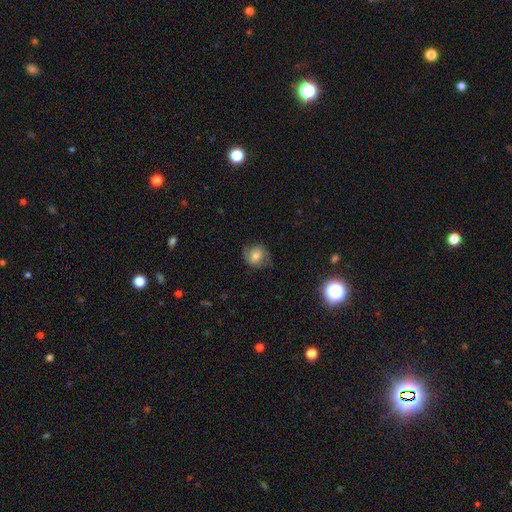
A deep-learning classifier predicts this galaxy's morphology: Smooth or featured?
  - smooth: 67% *
  - featured or disk: 23%
  - star or artifact: 10%
How rounded?
  - round: 75% *
  - in between: 24%
  - cigar-shaped: 1%
Merging?
  - none: 72% *
  - minor disturbance: 20%
  - major disturbance: 7%
  - merger: 1%